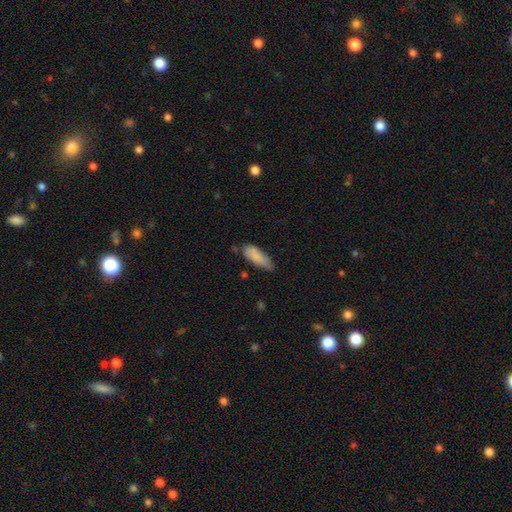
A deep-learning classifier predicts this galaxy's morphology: A smooth galaxy with no disk features (84%) that is in between round and cigar-shaped (69%). Merging: none (56%).